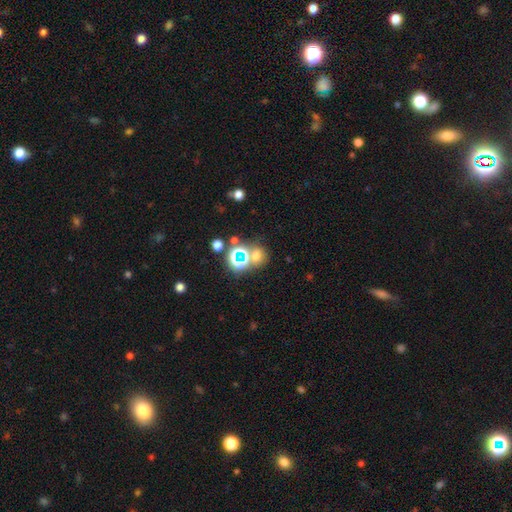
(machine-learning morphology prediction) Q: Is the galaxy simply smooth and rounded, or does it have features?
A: smooth — 52%.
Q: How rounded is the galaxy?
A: round — 73%.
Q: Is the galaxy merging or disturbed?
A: none — 61%.